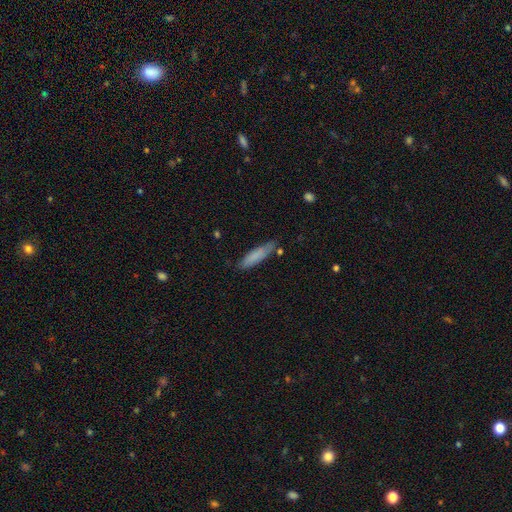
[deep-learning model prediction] A smooth galaxy with no disk features (82%) that is cigar-shaped (75%).

Vote fractions:
- Smooth or featured? smooth: 82% / featured or disk: 12% / star or artifact: 6%
- How rounded? cigar-shaped: 75% / in between: 24% / round: 1%
- Merging? none: 76% / minor disturbance: 18% / major disturbance: 3% / merger: 3%